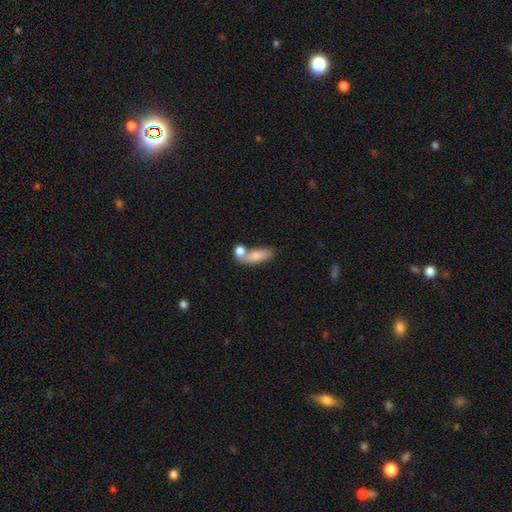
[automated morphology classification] smooth 78%, featured or disk 15%, star or artifact 7%. Down the decision tree: how rounded — in between (74%); merging — merger (41%).